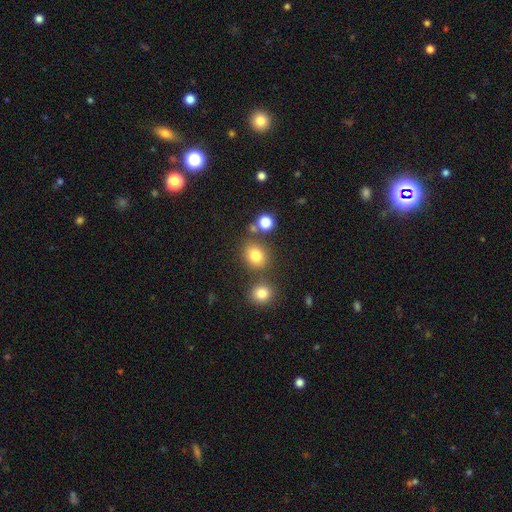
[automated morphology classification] A smooth galaxy with no disk features (78%) that is round (70%).

Vote fractions:
- Smooth or featured? smooth: 78% / star or artifact: 14% / featured or disk: 7%
- How rounded? round: 70% / in between: 29% / cigar-shaped: 1%
- Merging? none: 72% / merger: 13% / minor disturbance: 11% / major disturbance: 4%